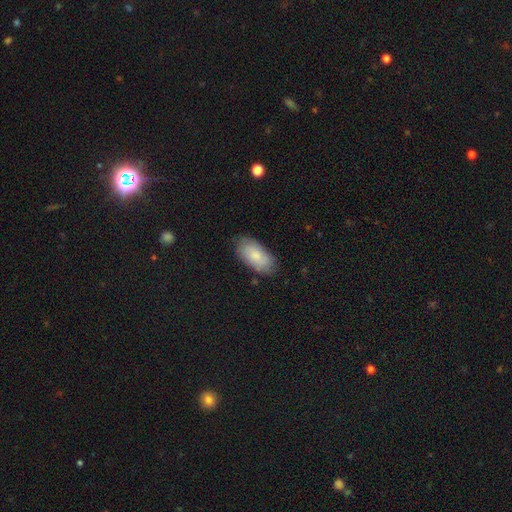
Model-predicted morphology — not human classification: A smooth galaxy with no disk features (78%) that is in between round and cigar-shaped (94%).

Vote fractions:
- Smooth or featured? smooth: 78% / featured or disk: 16% / star or artifact: 6%
- How rounded? in between: 94% / cigar-shaped: 4% / round: 2%
- Merging? none: 78% / minor disturbance: 17% / major disturbance: 3% / merger: 1%